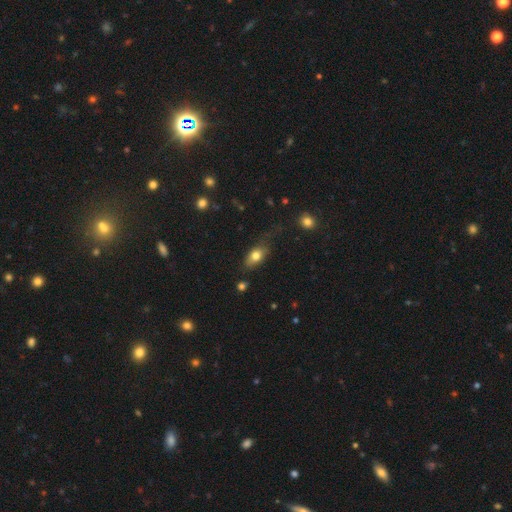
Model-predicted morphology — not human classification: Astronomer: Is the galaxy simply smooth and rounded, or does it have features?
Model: smooth — 77%.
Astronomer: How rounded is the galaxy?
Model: in between — 84%.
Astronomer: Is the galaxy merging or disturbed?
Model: none — 55% (runner-up: minor disturbance, 30%).